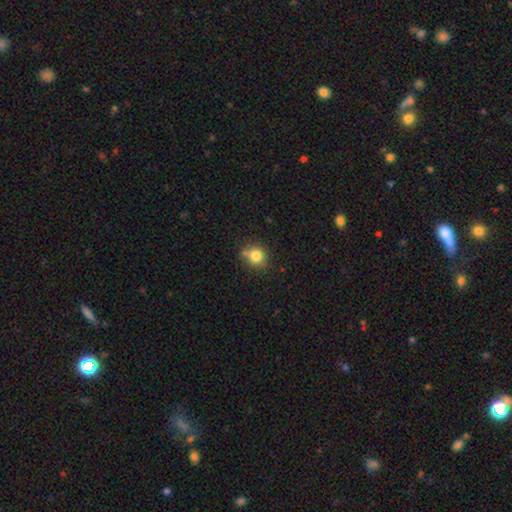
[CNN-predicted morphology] smooth 80%, star or artifact 11%, featured or disk 8%. Down the decision tree: how rounded — round (81%); merging — none (66%).